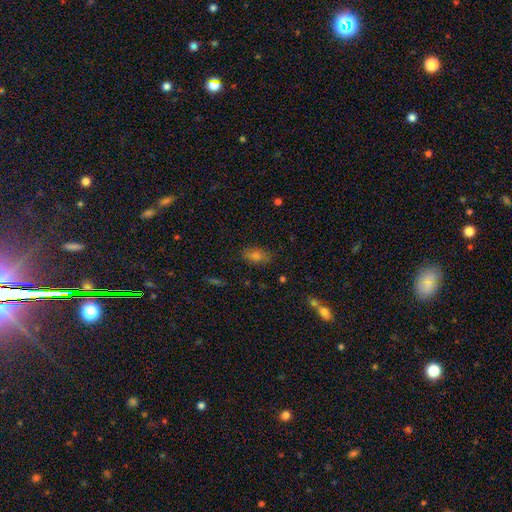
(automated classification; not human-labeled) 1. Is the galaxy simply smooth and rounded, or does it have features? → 66% smooth, 20% star or artifact, 13% featured or disk.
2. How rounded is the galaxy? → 84% in between, 11% round, 5% cigar-shaped.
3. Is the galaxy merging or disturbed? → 81% none, 13% minor disturbance, 3% major disturbance, 3% merger.